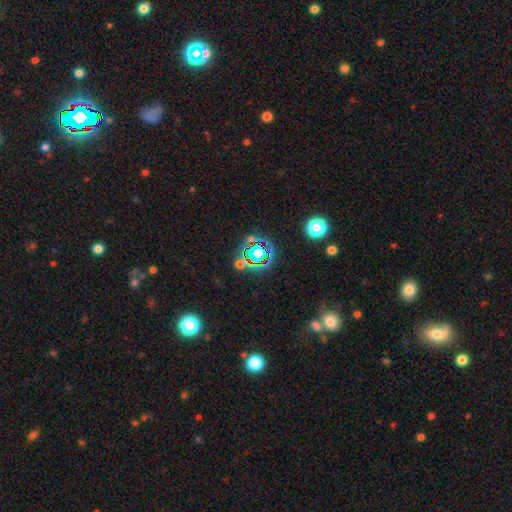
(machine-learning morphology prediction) Smooth or featured?
  - star or artifact: 68% *
  - smooth: 21%
  - featured or disk: 11%